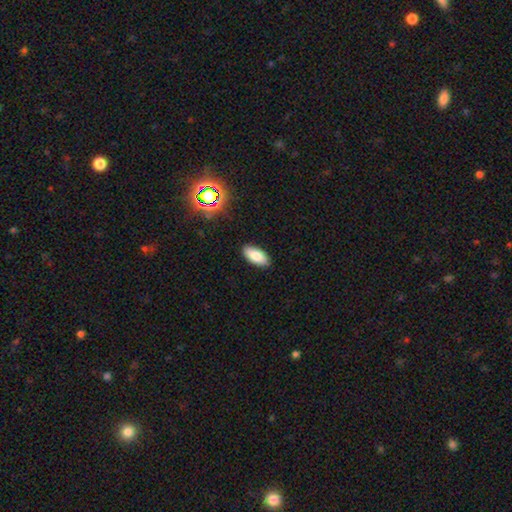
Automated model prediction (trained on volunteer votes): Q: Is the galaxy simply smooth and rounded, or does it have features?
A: smooth — 83%.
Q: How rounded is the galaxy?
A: in between — 90%.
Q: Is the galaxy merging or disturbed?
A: none — 88%.